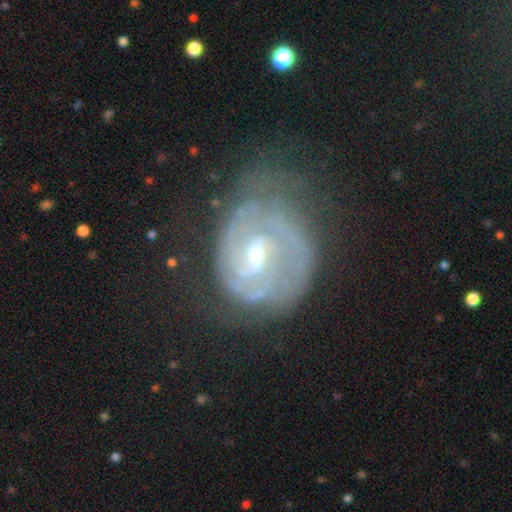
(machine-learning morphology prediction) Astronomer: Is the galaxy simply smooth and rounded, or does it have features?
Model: featured or disk — 82%.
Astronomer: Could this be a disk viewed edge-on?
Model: no — 97%.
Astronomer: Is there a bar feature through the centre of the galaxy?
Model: weak — 62%.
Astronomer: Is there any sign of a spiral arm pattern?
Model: yes — 91%.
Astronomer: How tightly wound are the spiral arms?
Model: tight — 64%.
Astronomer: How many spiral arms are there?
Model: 2 — 38% (runner-up: can't tell, 37%).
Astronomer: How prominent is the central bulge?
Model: small — 48% (runner-up: moderate, 46%).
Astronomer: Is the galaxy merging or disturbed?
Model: none — 53%.